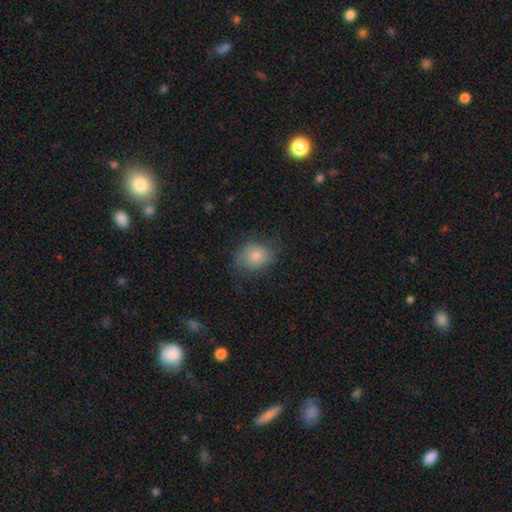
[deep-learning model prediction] This appears to be a smooth galaxy with no disk features (72%) that is round (54%). Merging: none (60%).